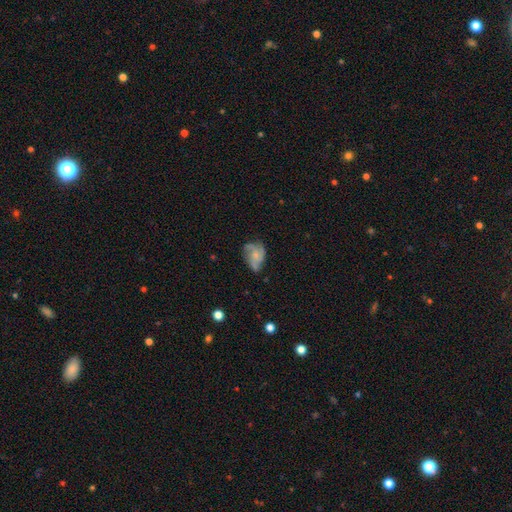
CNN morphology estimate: Overall: featured or disk (65%; smooth 27%). Edge-on disk: no (98%). Bar: no (78%). Spiral arms: yes (89%). Spiral arm count: 3 (56%). Spiral winding: medium (48%; loose 27%). Bulge size: small (63%). Merging: none (56%; minor disturbance 28%).